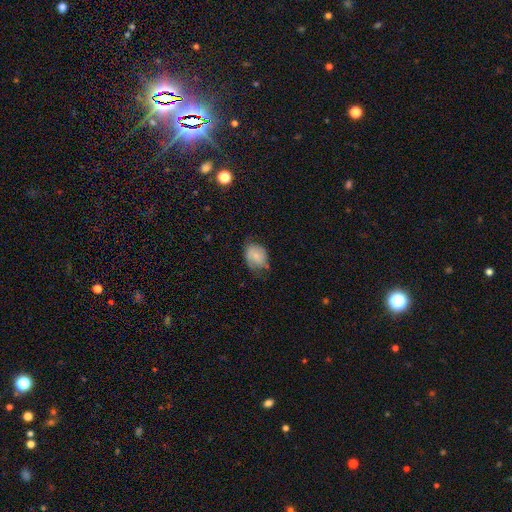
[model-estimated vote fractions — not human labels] smooth_or_featured: smooth (p=0.68) [alt: featured or disk p=0.24]
how_rounded: in between (p=0.67) [alt: round p=0.32]
merging: none (p=0.50) [alt: minor disturbance p=0.35]